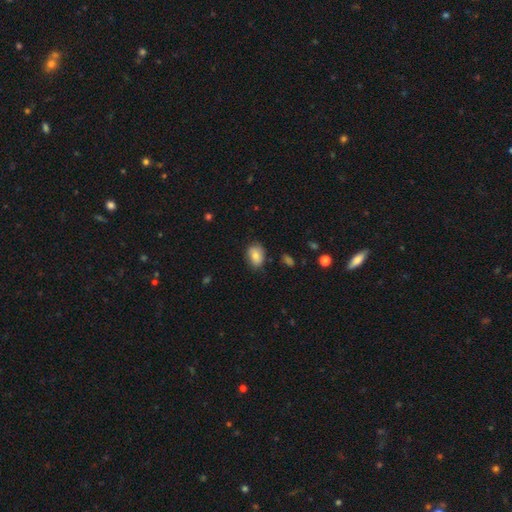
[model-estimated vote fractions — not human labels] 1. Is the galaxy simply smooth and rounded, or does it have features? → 79% smooth, 13% featured or disk, 8% star or artifact.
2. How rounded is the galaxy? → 74% in between, 25% round, 1% cigar-shaped.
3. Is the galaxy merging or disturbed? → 75% none, 19% minor disturbance, 4% major disturbance, 2% merger.